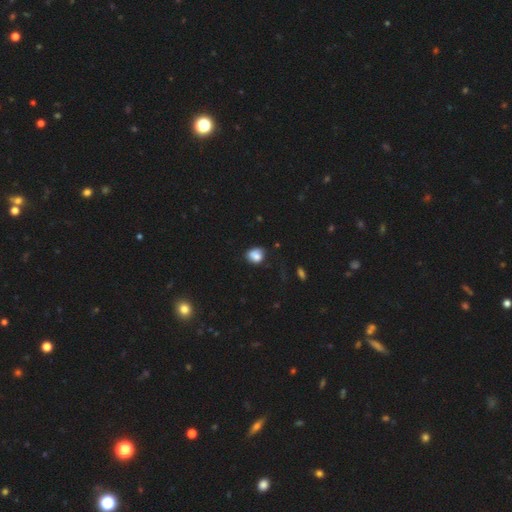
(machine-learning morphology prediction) smooth-or-featured: smooth: 81% | star or artifact: 10% | featured or disk: 10%
  how-rounded: round: 60% | in between: 39% | cigar-shaped: 1%
  merging: none: 55% | minor disturbance: 30% | major disturbance: 10% | merger: 5%